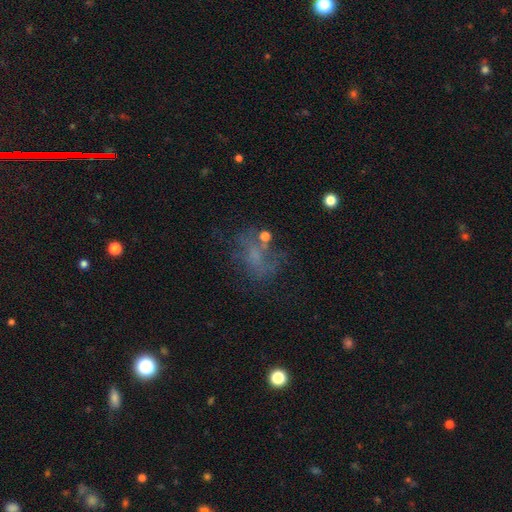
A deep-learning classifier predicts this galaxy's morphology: Smooth or featured? Predicted: featured or disk (p=0.39). Merging? Predicted: none (p=0.45).